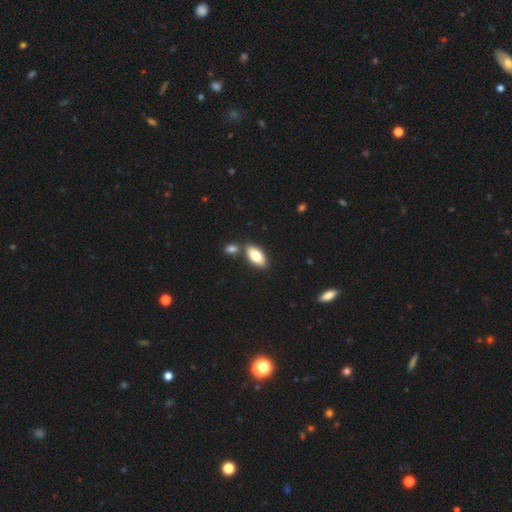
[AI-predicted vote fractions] Smooth or featured? Predicted: smooth (p=0.77). How rounded? Predicted: in between (p=0.91). Merging? Predicted: none (p=0.72).